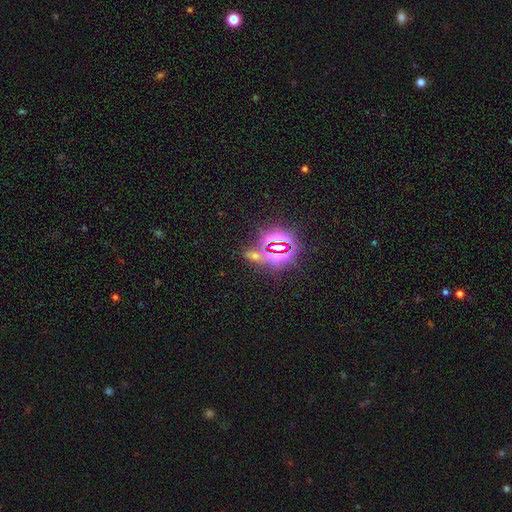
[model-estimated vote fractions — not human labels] Overall: star or artifact (72%).